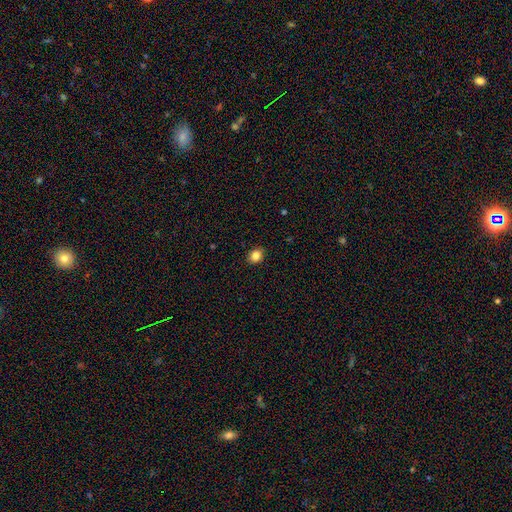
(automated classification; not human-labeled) Smooth or featured? Predicted: smooth (p=0.85). How rounded? Predicted: round (p=0.53). Merging? Predicted: none (p=0.91).